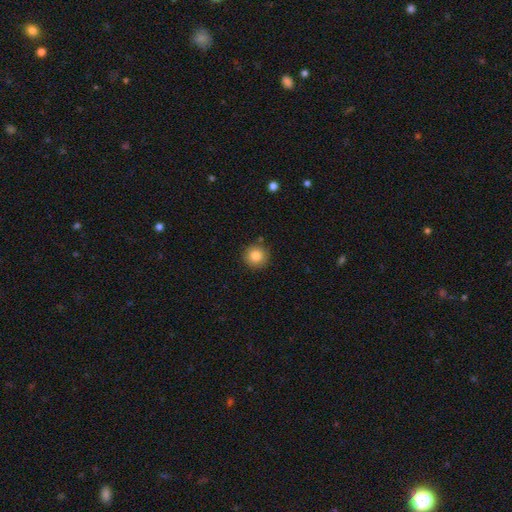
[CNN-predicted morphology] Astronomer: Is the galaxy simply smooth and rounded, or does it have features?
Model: smooth — 84%.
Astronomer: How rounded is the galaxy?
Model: round — 94%.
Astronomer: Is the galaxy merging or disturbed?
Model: none — 87%.